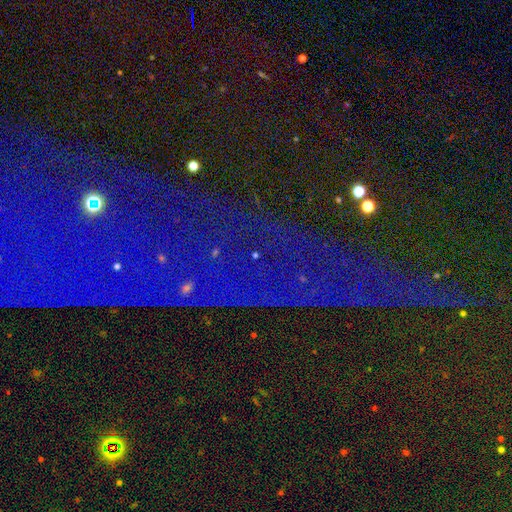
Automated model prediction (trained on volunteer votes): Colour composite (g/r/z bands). It shows a star or artifact, not a galaxy (79%).